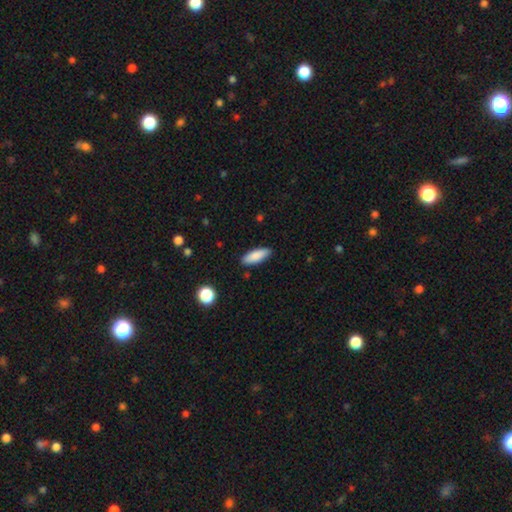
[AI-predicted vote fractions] smooth 86%, featured or disk 7%, star or artifact 6%. Down the decision tree: how rounded — in between (65%); merging — none (87%).